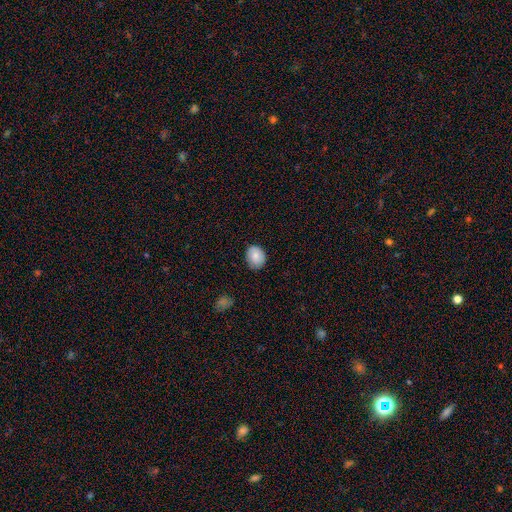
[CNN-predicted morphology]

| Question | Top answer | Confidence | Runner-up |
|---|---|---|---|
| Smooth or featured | smooth | 83% | featured or disk (9%) |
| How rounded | round | 53% | in between (46%) |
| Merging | none | 83% | minor disturbance (13%) |